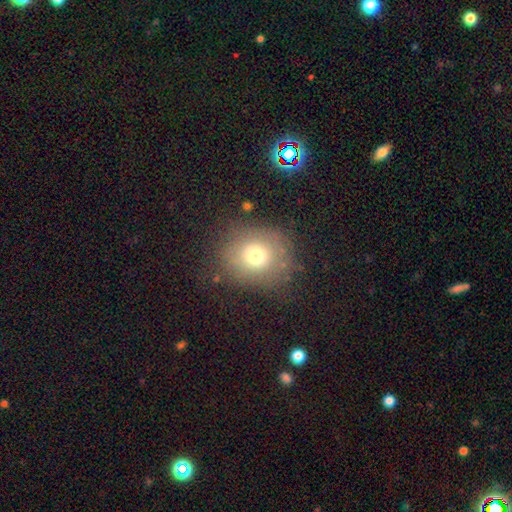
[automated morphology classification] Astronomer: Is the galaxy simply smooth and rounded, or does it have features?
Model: smooth — 70%.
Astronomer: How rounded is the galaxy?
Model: round — 76%.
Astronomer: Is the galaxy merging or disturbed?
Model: none — 76%.